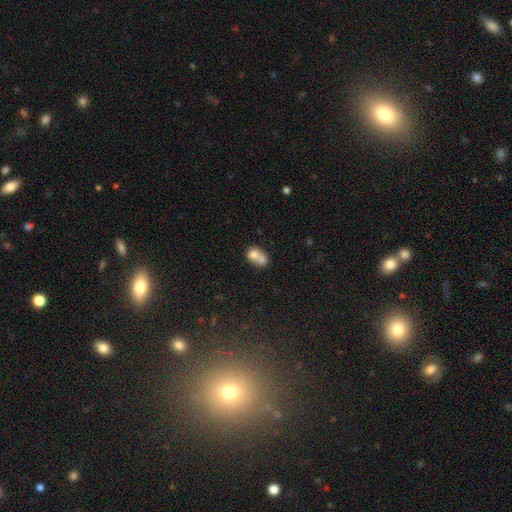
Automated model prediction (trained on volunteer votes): smooth-or-featured: smooth: 71% | featured or disk: 19% | star or artifact: 10%
  how-rounded: in between: 54% | round: 45% | cigar-shaped: 1%
  merging: merger: 65% | none: 21% | minor disturbance: 9% | major disturbance: 5%